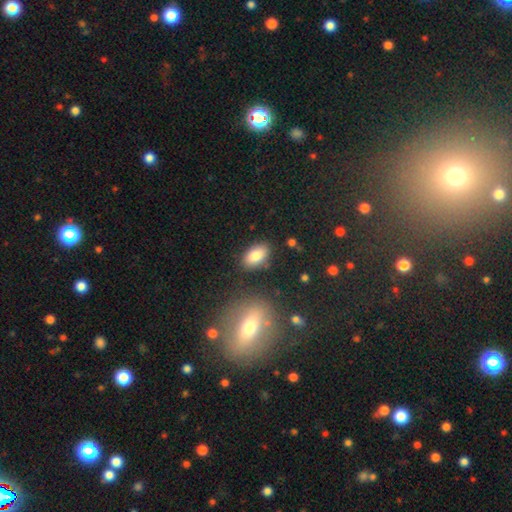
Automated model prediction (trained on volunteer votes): Overall: smooth (83%). How rounded: in between (92%). Merging: none (83%).